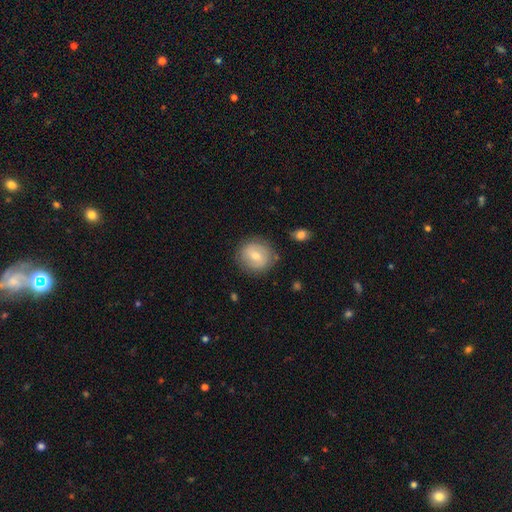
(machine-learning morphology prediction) The model was most divided on "smooth or featured": smooth: 62%, featured or disk: 30%, star or artifact: 7%. More confident: merging — none (81%); how rounded — round (79%).